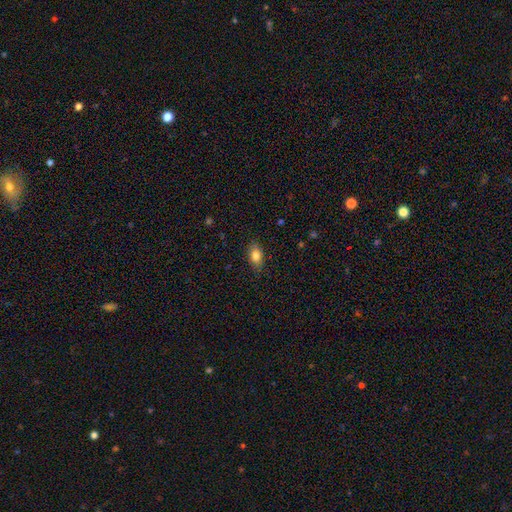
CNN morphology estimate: A smooth galaxy with no disk features (83%) that is in between round and cigar-shaped (86%).

Vote fractions:
- Smooth or featured? smooth: 83% / featured or disk: 9% / star or artifact: 8%
- How rounded? in between: 86% / round: 10% / cigar-shaped: 4%
- Merging? none: 85% / minor disturbance: 12% / major disturbance: 3% / merger: 1%